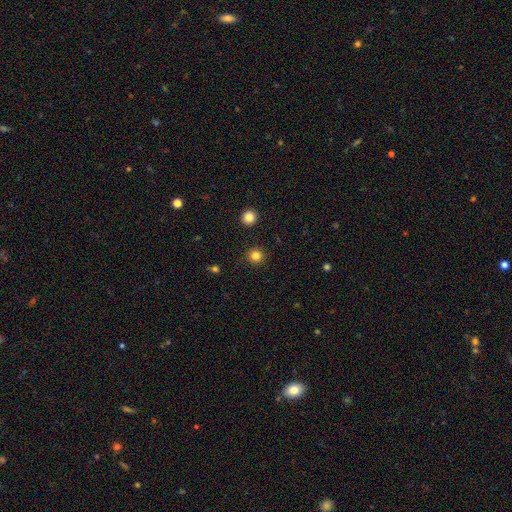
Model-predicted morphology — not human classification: smooth 82%, star or artifact 13%, featured or disk 4%. Down the decision tree: how rounded — round (94%); merging — none (91%).